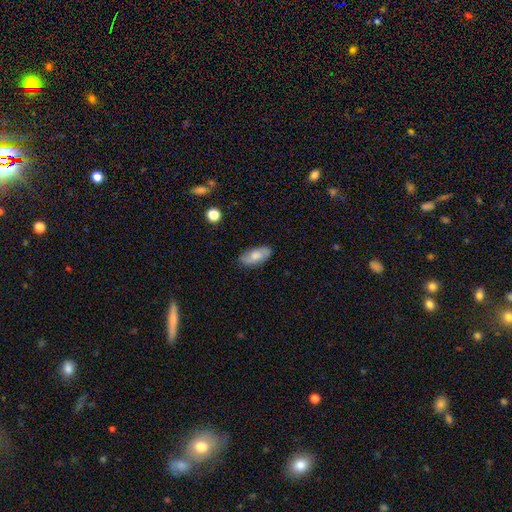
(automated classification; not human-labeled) This is likely a smooth galaxy (64%). How rounded: clearly in between (90%). Merging: clearly none (81%).